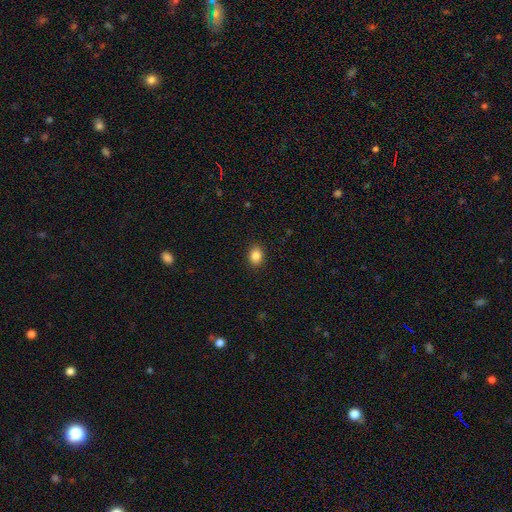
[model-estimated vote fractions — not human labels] The model was most divided on "how rounded": in between: 62%, round: 37%, cigar-shaped: 1%. More confident: merging — none (90%); smooth or featured — smooth (86%).